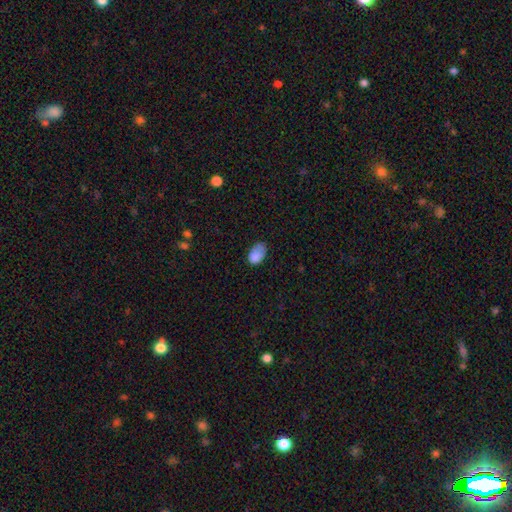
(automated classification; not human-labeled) smooth_or_featured: smooth (p=0.83) [alt: star or artifact p=0.09]
how_rounded: in between (p=0.88) [alt: round p=0.10]
merging: none (p=0.45) [alt: minor disturbance p=0.38]